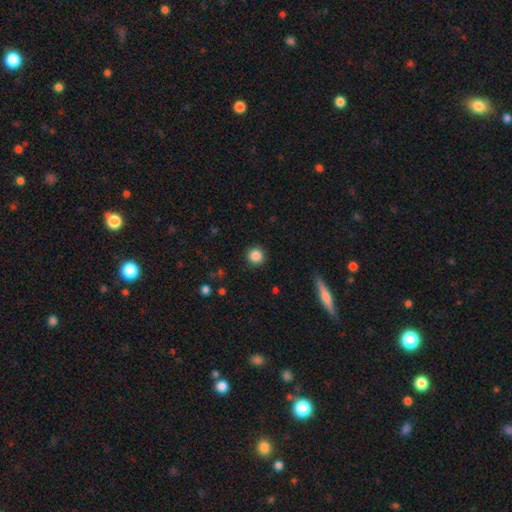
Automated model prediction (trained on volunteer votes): Smooth or featured? Predicted: smooth (p=0.86). How rounded? Predicted: round (p=0.95). Merging? Predicted: none (p=0.92).